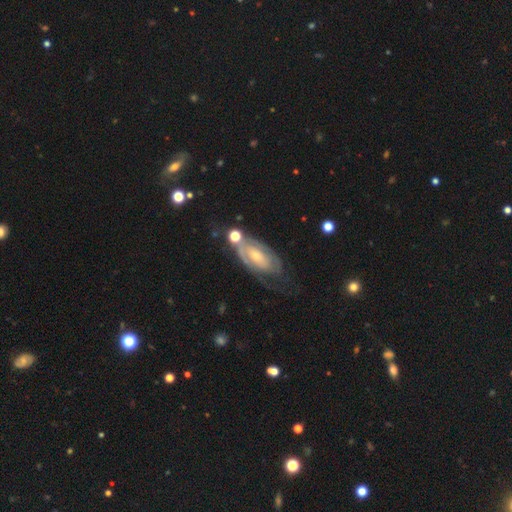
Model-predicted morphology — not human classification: Q: Smooth or featured?
A: featured or disk (76%); runner-up: smooth (18%)
Q: Edge-on disk?
A: no (92%); runner-up: yes (8%)
Q: Bar?
A: no (58%); runner-up: weak (32%)
Q: Spiral arms?
A: yes (84%); runner-up: no (16%)
Q: Spiral winding?
A: tight (64%); runner-up: medium (27%)
Q: Spiral arm count?
A: 2 (41%); runner-up: can't tell (40%)
Q: Bulge size?
A: small (55%); runner-up: moderate (37%)
Q: Merging?
A: none (50%); runner-up: minor disturbance (24%)